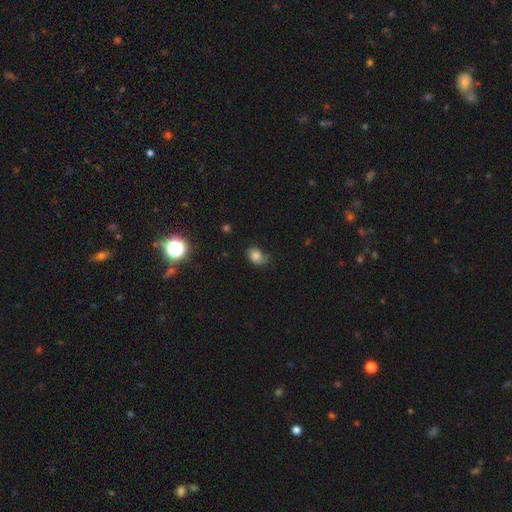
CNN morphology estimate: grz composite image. It shows a smooth galaxy with no disk features (72%) that is in between round and cigar-shaped (66%). Merging: none (49%).